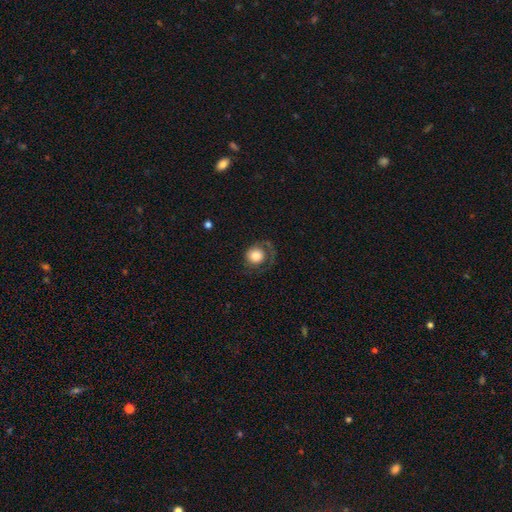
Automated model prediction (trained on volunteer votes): A smooth galaxy with no disk features (72%) that is round (84%). Merging: none (51%).